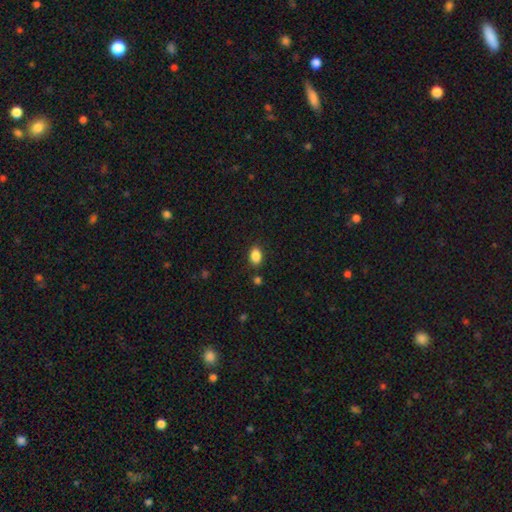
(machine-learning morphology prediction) Smooth or featured? smooth (87%)
How rounded? in between (86%)
Merging? none (83%)